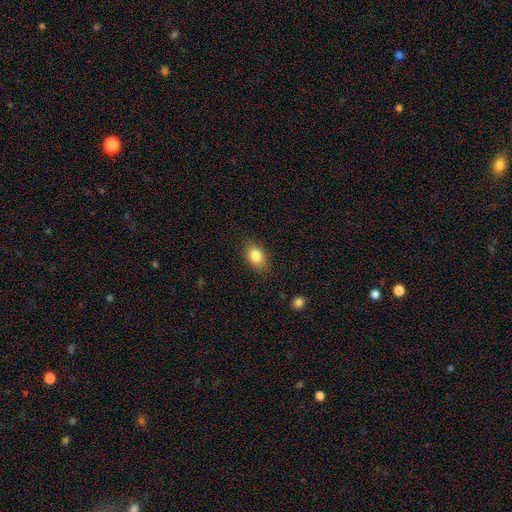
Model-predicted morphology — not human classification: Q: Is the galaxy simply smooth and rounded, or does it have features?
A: smooth — 83%.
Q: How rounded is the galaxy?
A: in between — 86%.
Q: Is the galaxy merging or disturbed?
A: none — 84%.